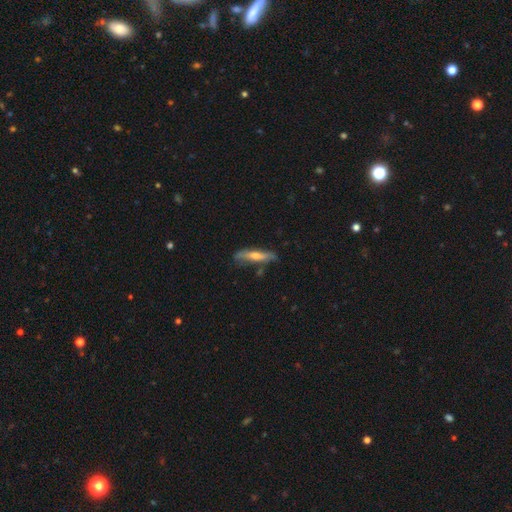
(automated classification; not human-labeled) A smooth galaxy with no disk features (47%).

Vote fractions:
- Smooth or featured? smooth: 47% / featured or disk: 46% / star or artifact: 6%
- Merging? none: 74% / minor disturbance: 19% / major disturbance: 4% / merger: 3%